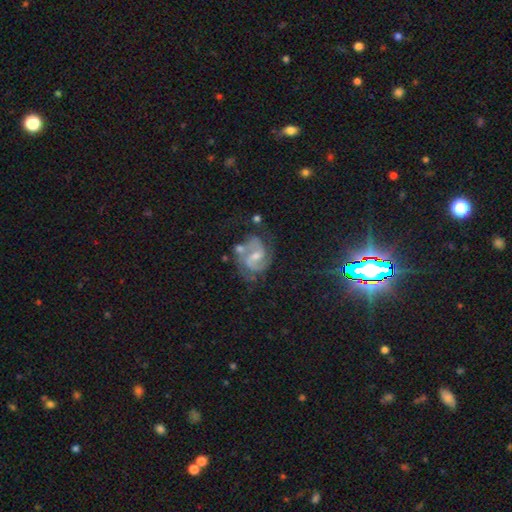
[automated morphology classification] smooth-or-featured: featured or disk: 82% | star or artifact: 11% | smooth: 7%
  disk-edge-on: no: 98% | yes: 2%
    bar: weak: 52% | no: 28% | strong: 19%
    has-spiral-arms: yes: 96% | no: 4%
      spiral-winding: medium: 56% | tight: 28% | loose: 16%
      spiral-arm-count: 2: 86% | can't tell: 6% | 3: 4% | 1: 2% | 4: 1% | more than 4: 1%
    bulge-size: small: 49% | moderate: 44% | none: 4% | large: 2% | dominant: 1%
  merging: none: 61% | minor disturbance: 20% | major disturbance: 10% | merger: 9%